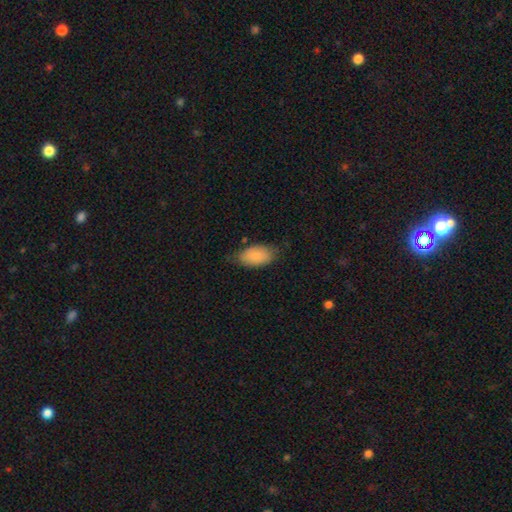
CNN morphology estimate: This is clearly a smooth galaxy (84%). How rounded: clearly in between (94%). Merging: likely none (70%).